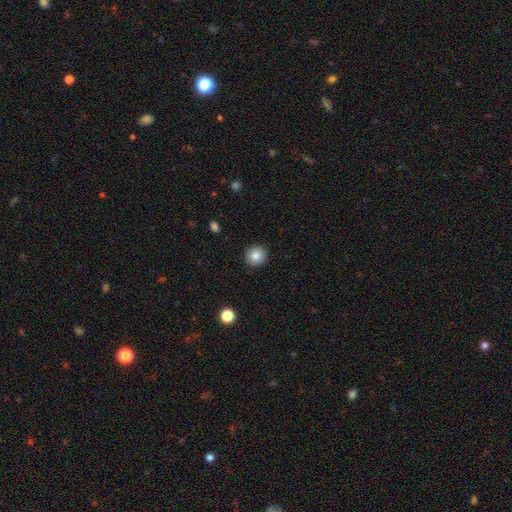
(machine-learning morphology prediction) smooth-or-featured: smooth: 85% | star or artifact: 9% | featured or disk: 6%
  how-rounded: round: 90% | in between: 9% | cigar-shaped: 1%
  merging: none: 92% | minor disturbance: 6% | major disturbance: 2% | merger: 1%